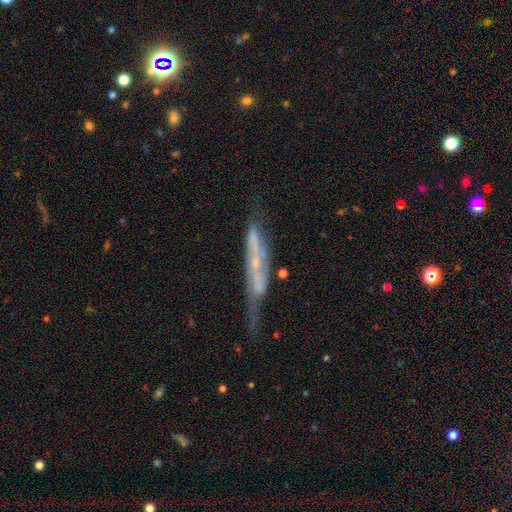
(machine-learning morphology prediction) The model was most divided on "smooth or featured": featured or disk: 51%, smooth: 34%, star or artifact: 15%. More confident: edge-on disk — yes (79%); merging — none (60%).